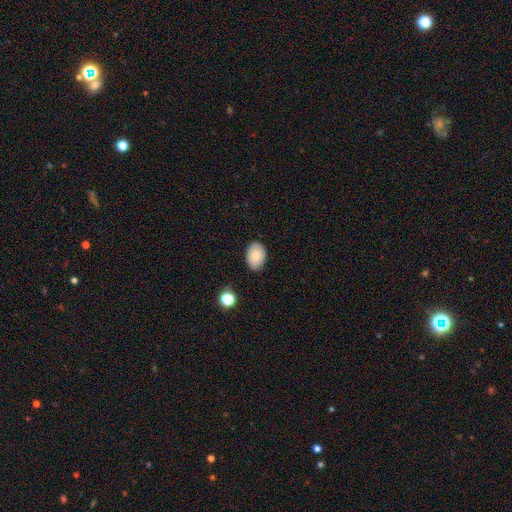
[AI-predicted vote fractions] This is clearly a smooth galaxy (81%). How rounded: clearly in between (84%). Merging: clearly none (83%).